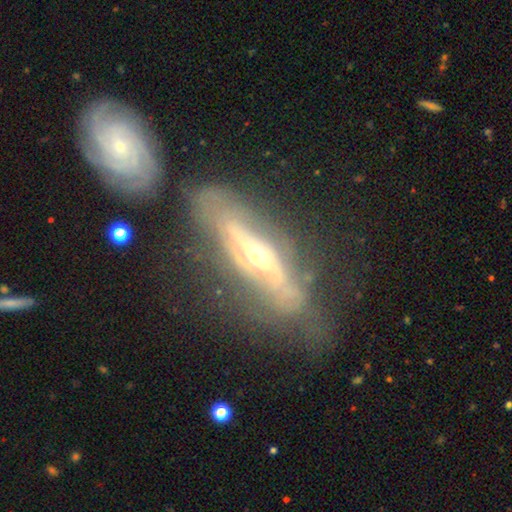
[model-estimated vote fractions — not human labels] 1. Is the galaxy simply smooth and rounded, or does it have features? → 80% featured or disk, 14% smooth, 6% star or artifact.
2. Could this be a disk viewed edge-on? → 59% no, 41% yes.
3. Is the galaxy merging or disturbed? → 55% none, 20% minor disturbance, 13% major disturbance, 12% merger.